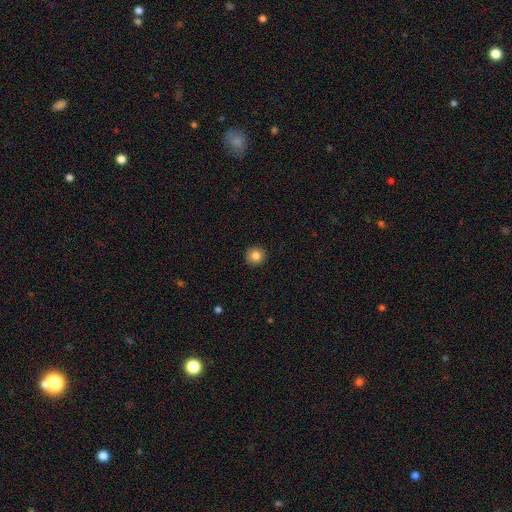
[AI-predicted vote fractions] Smooth or featured: smooth — 84% (star or artifact — 10%)
How rounded: round — 95% (in between — 5%)
Merging: none — 92% (minor disturbance — 5%)